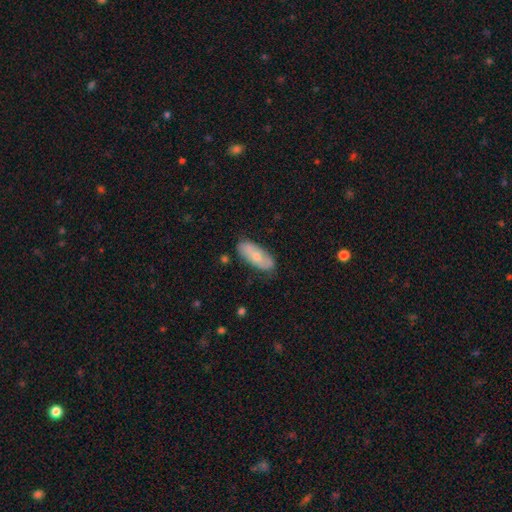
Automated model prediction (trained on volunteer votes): Overall: smooth (61%; featured or disk 33%). How rounded: in between (80%). Merging: none (77%).